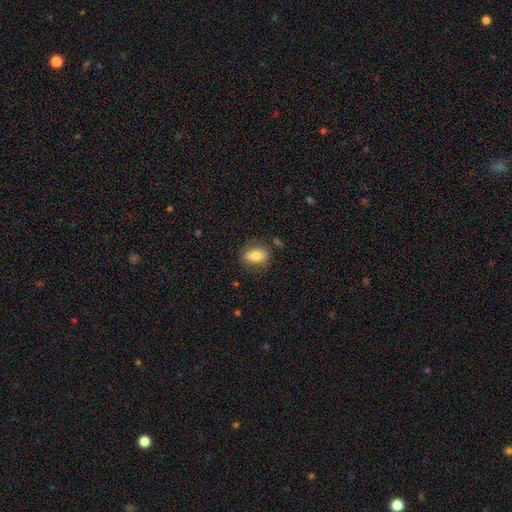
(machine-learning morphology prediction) smooth_or_featured: smooth (p=0.79) [alt: featured or disk p=0.13]
how_rounded: in between (p=0.83) [alt: round p=0.13]
merging: none (p=0.78) [alt: minor disturbance p=0.15]